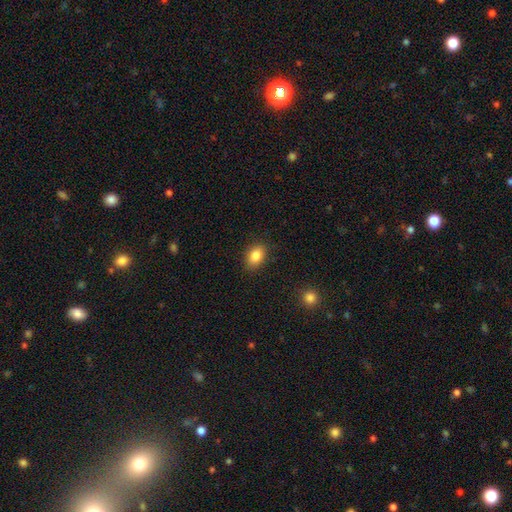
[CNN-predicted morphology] type=smooth (85%); roundness=in between (81%); merging=none (87%).